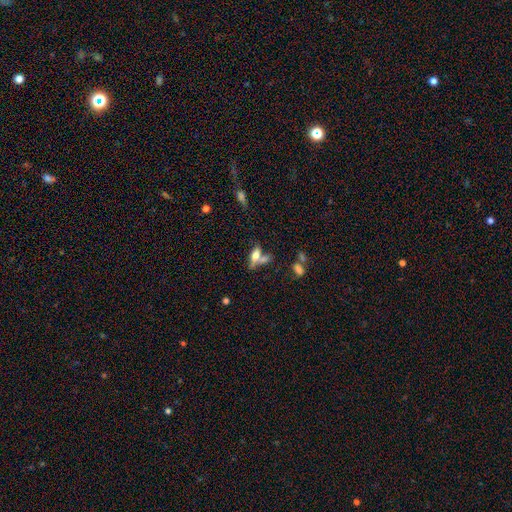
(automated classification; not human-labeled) A smooth galaxy with no disk features (58%) that is in between round and cigar-shaped (63%). Merging: none (41%).